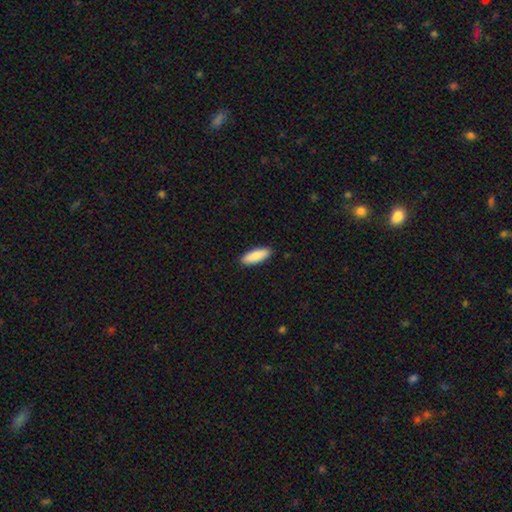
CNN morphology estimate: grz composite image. It shows a smooth galaxy with no disk features (88%) that is in between round and cigar-shaped (65%). Merging: none (91%).